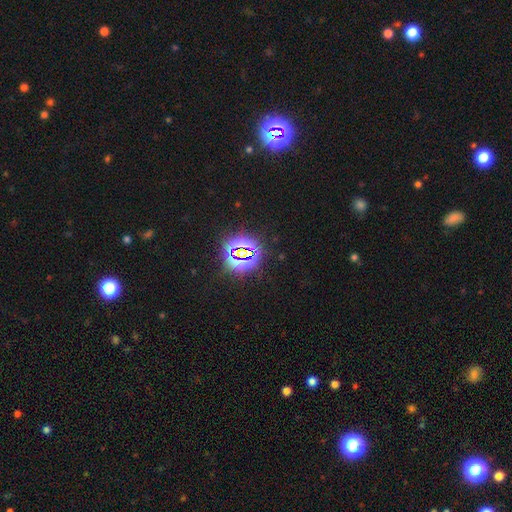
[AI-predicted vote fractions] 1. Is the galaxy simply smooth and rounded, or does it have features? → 80% star or artifact, 13% smooth, 7% featured or disk.